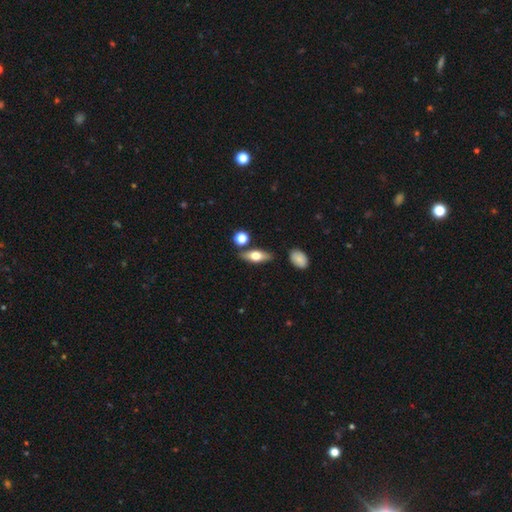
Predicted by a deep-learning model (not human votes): Smooth or featured?
  - smooth: 55% *
  - featured or disk: 38%
  - star or artifact: 7%
How rounded?
  - in between: 65% *
  - cigar-shaped: 29%
  - round: 5%
Merging?
  - none: 80% *
  - minor disturbance: 11%
  - merger: 7%
  - major disturbance: 3%